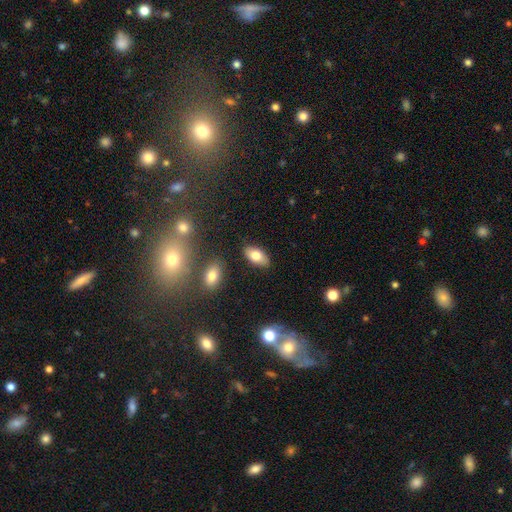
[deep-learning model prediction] This appears to be a smooth galaxy with no disk features (78%) that is in between round and cigar-shaped (92%). Merging: none (85%).